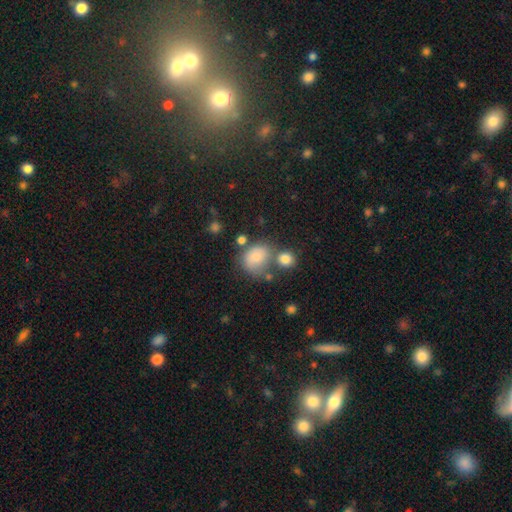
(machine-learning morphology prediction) Smooth or featured: smooth — 75% (star or artifact — 13%)
How rounded: in between — 50% (round — 49%)
Merging: none — 49% (merger — 21%)